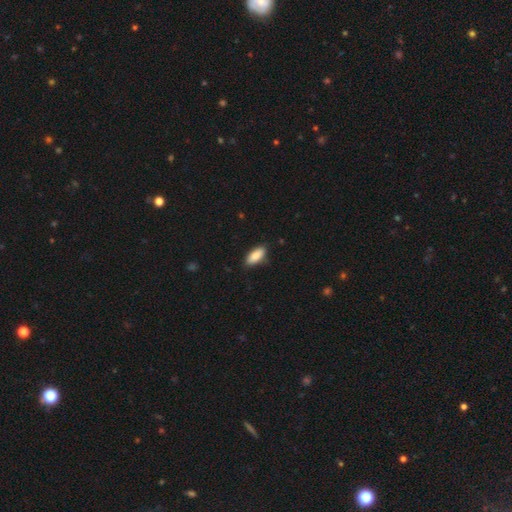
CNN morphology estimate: smooth-or-featured: smooth: 86% | featured or disk: 8% | star or artifact: 6%
  how-rounded: in between: 85% | cigar-shaped: 13% | round: 2%
  merging: none: 86% | minor disturbance: 11% | major disturbance: 2% | merger: 1%